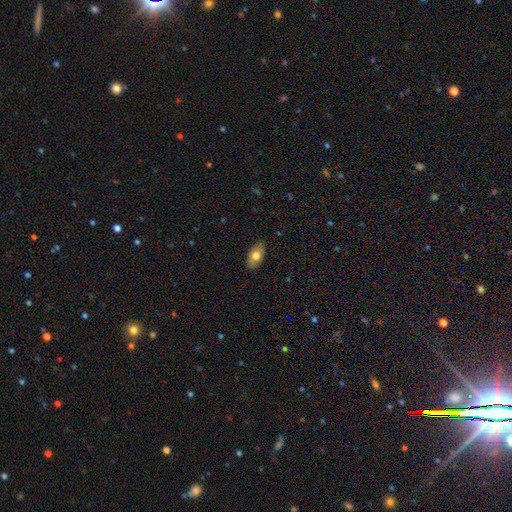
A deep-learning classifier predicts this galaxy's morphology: smooth-or-featured: smooth: 73% | featured or disk: 20% | star or artifact: 7%
  how-rounded: in between: 90% | cigar-shaped: 5% | round: 5%
  merging: none: 85% | minor disturbance: 12% | major disturbance: 2% | merger: 1%